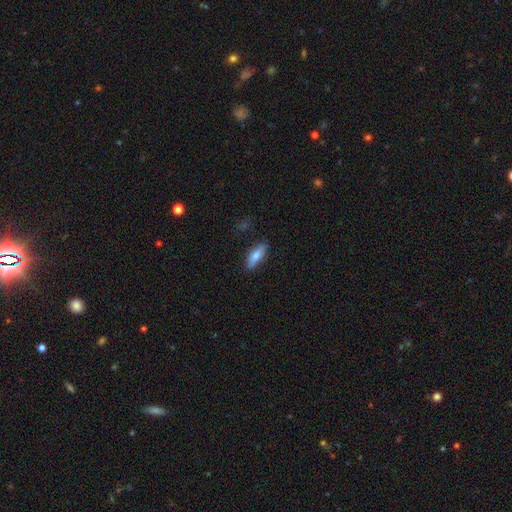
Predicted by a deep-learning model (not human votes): Smooth or featured?
  - smooth: 69% *
  - featured or disk: 24%
  - star or artifact: 6%
How rounded?
  - in between: 56% *
  - cigar-shaped: 42%
  - round: 3%
Merging?
  - none: 85% *
  - minor disturbance: 11%
  - major disturbance: 2%
  - merger: 1%